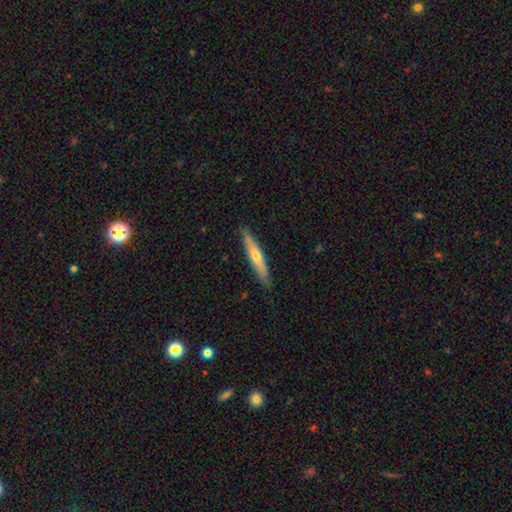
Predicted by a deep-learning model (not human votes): This is possibly a featured or disk galaxy (51%). It is clearly viewed edge-on (91%). Merging: clearly none (89%).